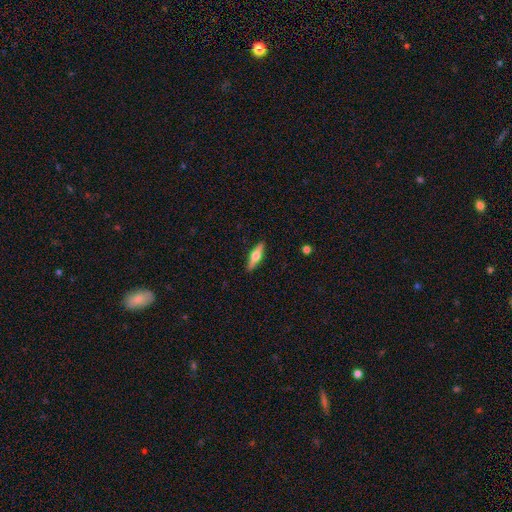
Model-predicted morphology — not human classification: The model was most divided on "smooth or featured": featured or disk: 57%, smooth: 37%, star or artifact: 6%. More confident: edge-on disk — yes (95%); edge-on bulge — rounded (94%); merging — none (91%).